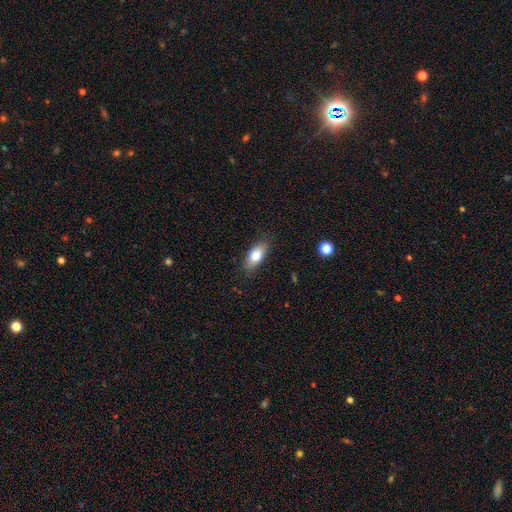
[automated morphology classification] Overall: smooth (78%). How rounded: in between (84%). Merging: none (84%).